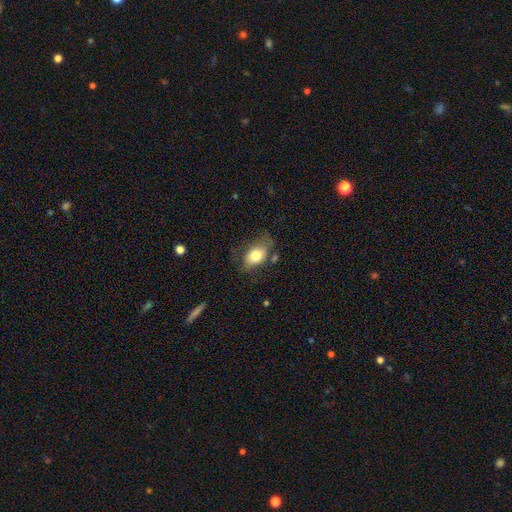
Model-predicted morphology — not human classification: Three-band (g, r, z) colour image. It shows a smooth galaxy with no disk features (76%) that is in between round and cigar-shaped (87%). Merging: none (59%).